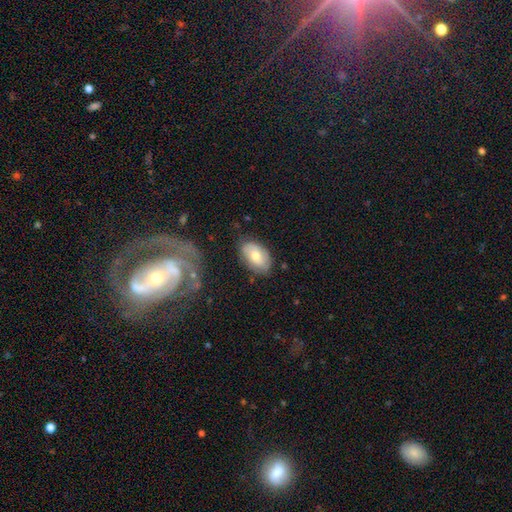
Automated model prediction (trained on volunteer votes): This appears to be a smooth galaxy with no disk features (64%) that is in between round and cigar-shaped (92%). Merging: none (72%).